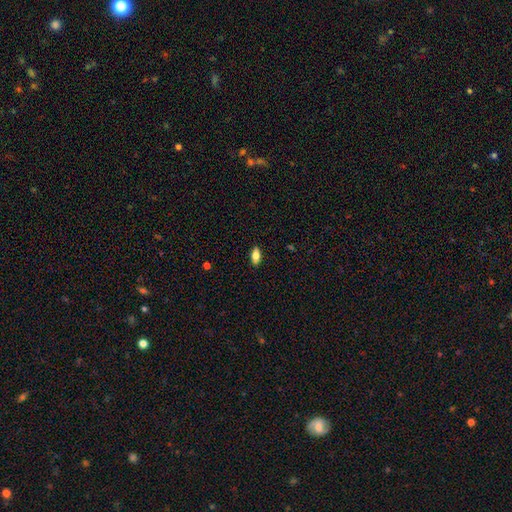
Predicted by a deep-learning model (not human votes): This is likely a smooth galaxy (71%). How rounded: clearly in between (82%). Merging: clearly none (89%).